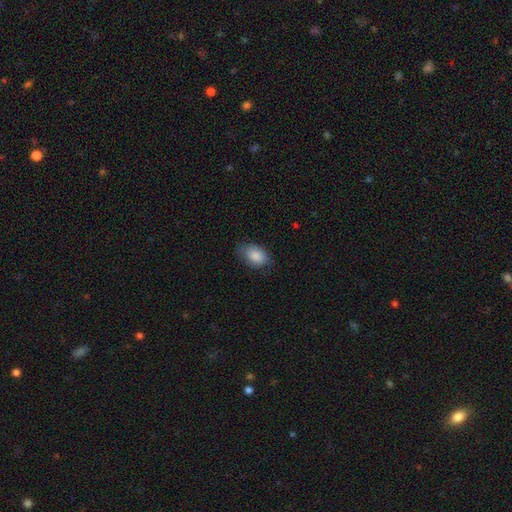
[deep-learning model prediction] Smooth or featured: smooth — 86% (featured or disk — 7%)
How rounded: in between — 85% (round — 14%)
Merging: none — 72% (minor disturbance — 22%)